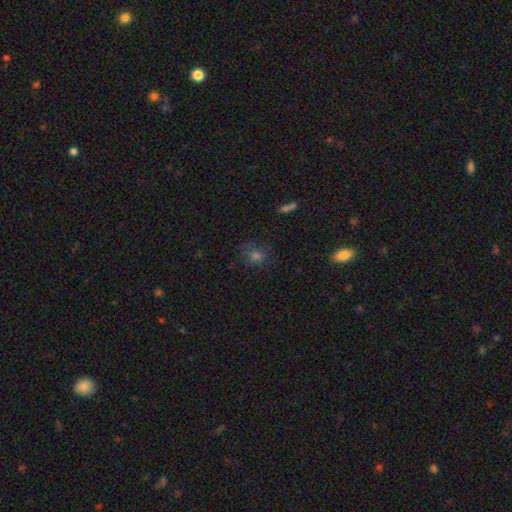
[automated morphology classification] type=smooth (66%); roundness=round (70%); merging=none (67%).